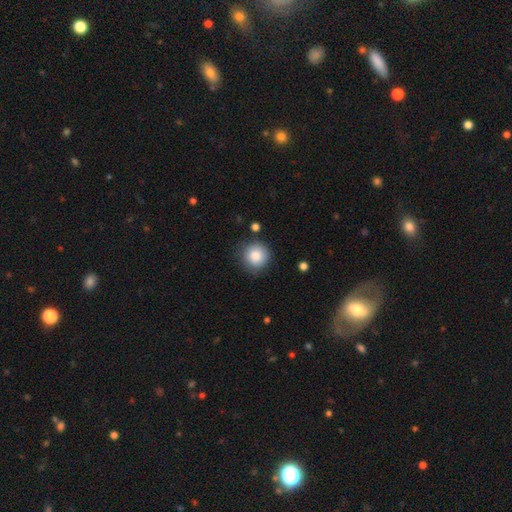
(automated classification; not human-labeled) Smooth or featured? Predicted: smooth (p=0.84). How rounded? Predicted: round (p=0.93). Merging? Predicted: none (p=0.81).